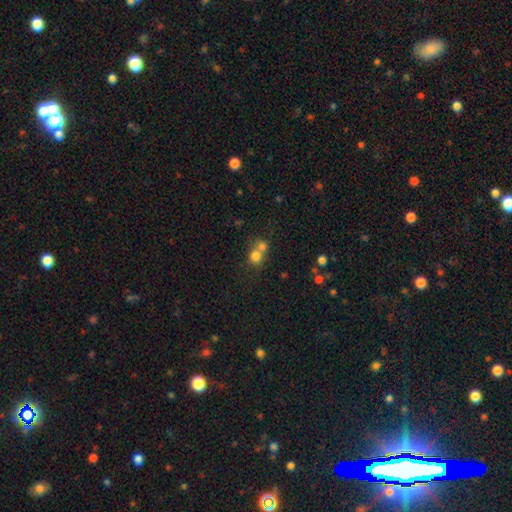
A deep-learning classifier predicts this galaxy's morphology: Smooth or featured: smooth — 76% (star or artifact — 13%)
How rounded: round — 79% (in between — 20%)
Merging: merger — 57% (none — 34%)